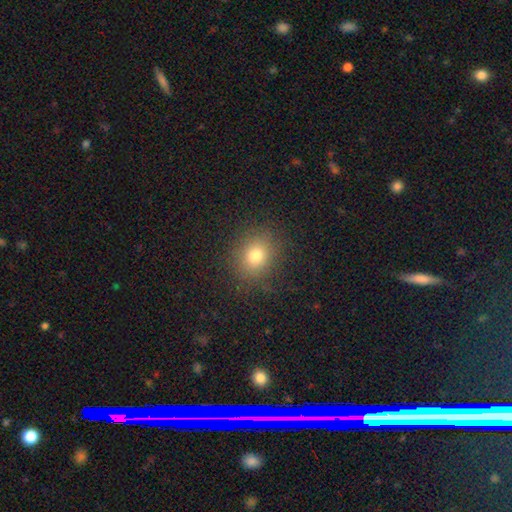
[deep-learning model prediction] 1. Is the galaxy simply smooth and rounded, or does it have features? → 77% smooth, 15% star or artifact, 8% featured or disk.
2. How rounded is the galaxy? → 67% round, 32% in between, 1% cigar-shaped.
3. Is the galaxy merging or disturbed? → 87% none, 9% minor disturbance, 3% major disturbance, 1% merger.